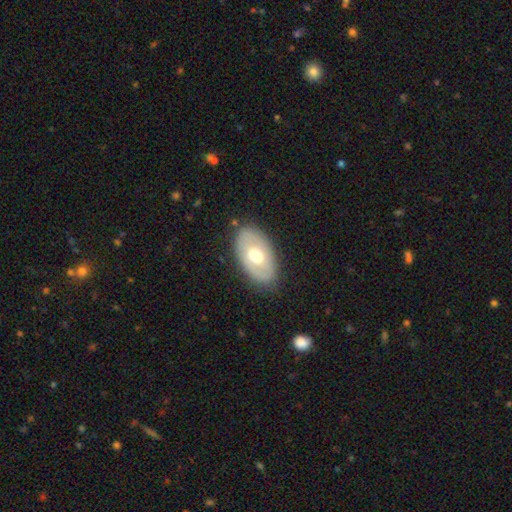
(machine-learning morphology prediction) smooth 51%, featured or disk 43%, star or artifact 6%. Down the decision tree: how rounded — in between (92%); merging — none (84%).